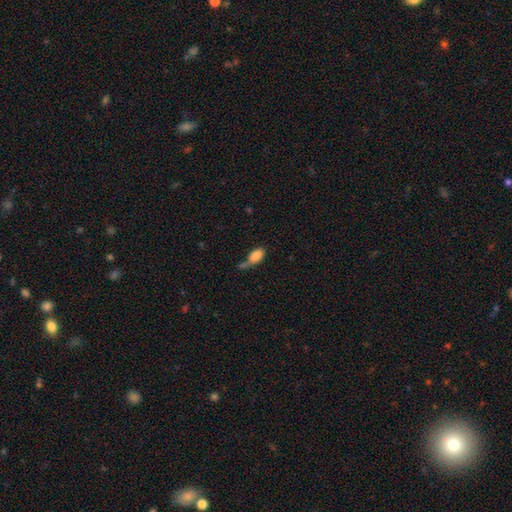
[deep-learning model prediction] Smooth or featured? smooth (84%)
How rounded? in between (90%)
Merging? none (35%)